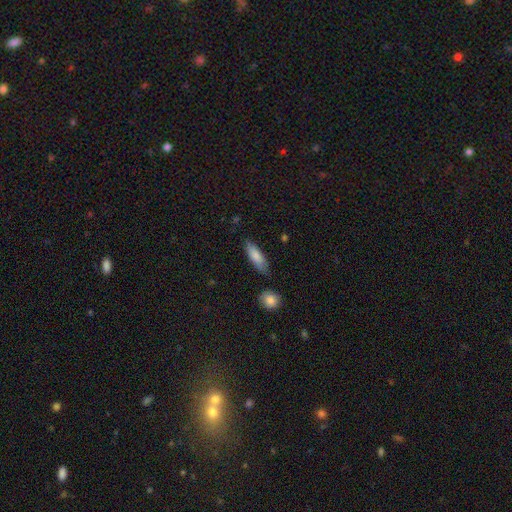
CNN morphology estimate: Smooth or featured?
  - smooth: 81% *
  - featured or disk: 13%
  - star or artifact: 6%
How rounded?
  - in between: 54% *
  - cigar-shaped: 44%
  - round: 2%
Merging?
  - none: 77% *
  - minor disturbance: 16%
  - major disturbance: 3%
  - merger: 3%